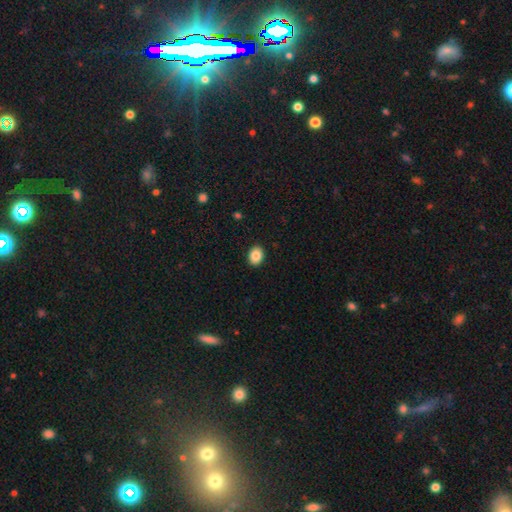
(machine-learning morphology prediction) Smooth or featured?
  - smooth: 87% *
  - star or artifact: 8%
  - featured or disk: 5%
How rounded?
  - in between: 63% *
  - round: 36%
  - cigar-shaped: 1%
Merging?
  - none: 91% *
  - minor disturbance: 6%
  - major disturbance: 2%
  - merger: 1%